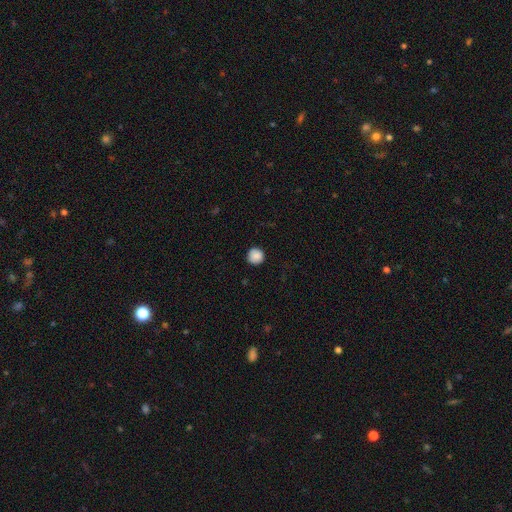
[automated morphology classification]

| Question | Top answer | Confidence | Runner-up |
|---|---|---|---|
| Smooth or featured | smooth | 88% | star or artifact (9%) |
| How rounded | round | 95% | in between (4%) |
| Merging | none | 91% | minor disturbance (7%) |